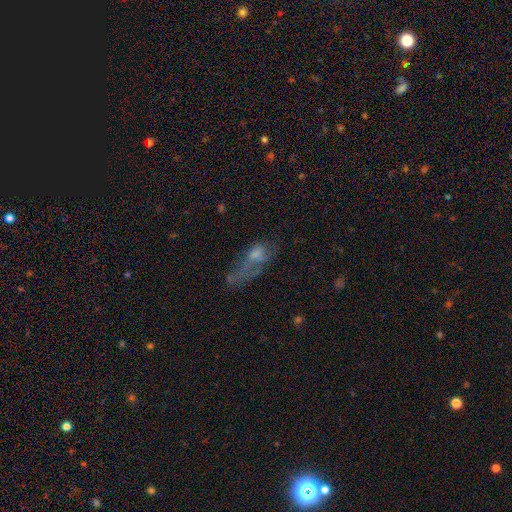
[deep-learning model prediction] Overall: smooth (49%; featured or disk 36%). Merging: major disturbance (46%; none 25%).